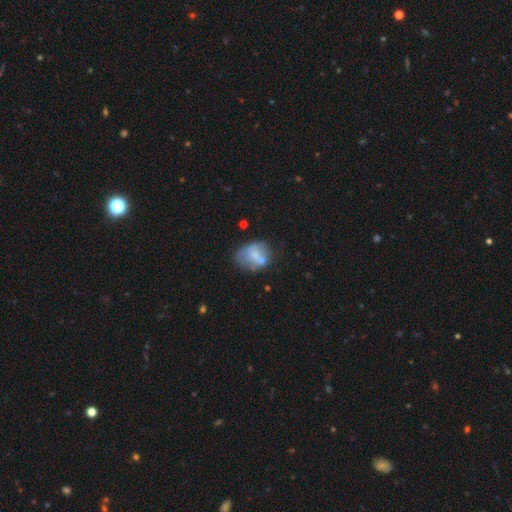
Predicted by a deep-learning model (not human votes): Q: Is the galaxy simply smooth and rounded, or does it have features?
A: smooth — 56%.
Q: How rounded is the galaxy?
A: in between — 59%.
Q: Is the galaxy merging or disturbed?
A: none — 40%.